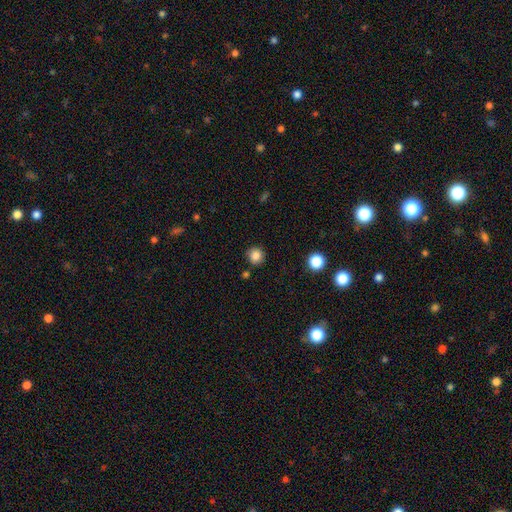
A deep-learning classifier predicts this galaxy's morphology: Smooth or featured? smooth (84%)
How rounded? round (92%)
Merging? none (87%)